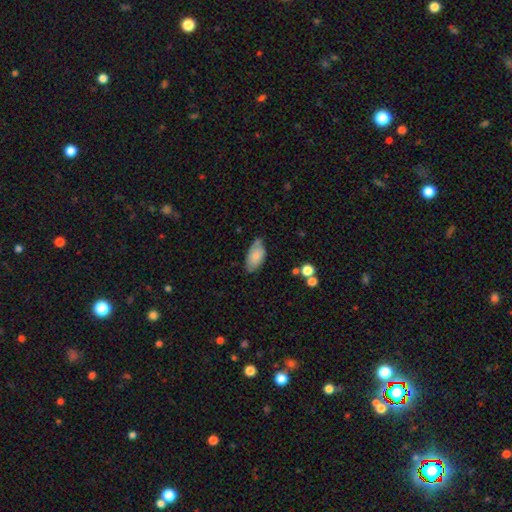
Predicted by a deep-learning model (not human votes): Smooth or featured: smooth — 76% (featured or disk — 17%)
How rounded: in between — 94% (cigar-shaped — 3%)
Merging: none — 61% (minor disturbance — 30%)